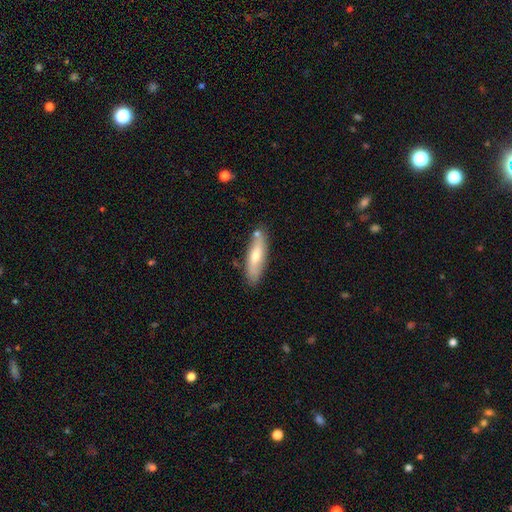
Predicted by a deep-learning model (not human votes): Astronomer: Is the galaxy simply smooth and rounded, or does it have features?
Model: smooth — 63%.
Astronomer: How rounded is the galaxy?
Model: cigar-shaped — 65%.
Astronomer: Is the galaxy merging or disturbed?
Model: none — 76%.